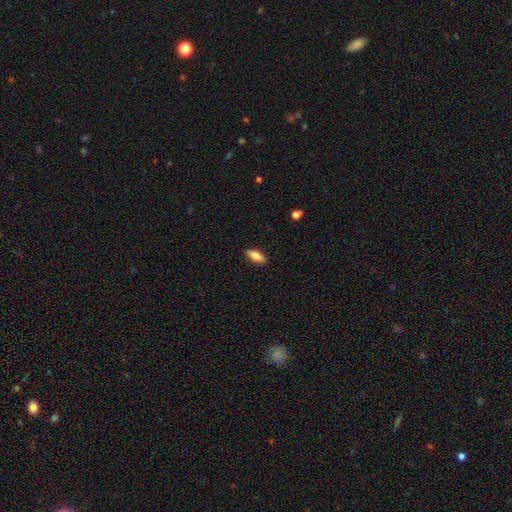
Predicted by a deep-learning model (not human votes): Smooth or featured? Predicted: smooth (p=0.79). How rounded? Predicted: in between (p=0.75). Merging? Predicted: none (p=0.89).